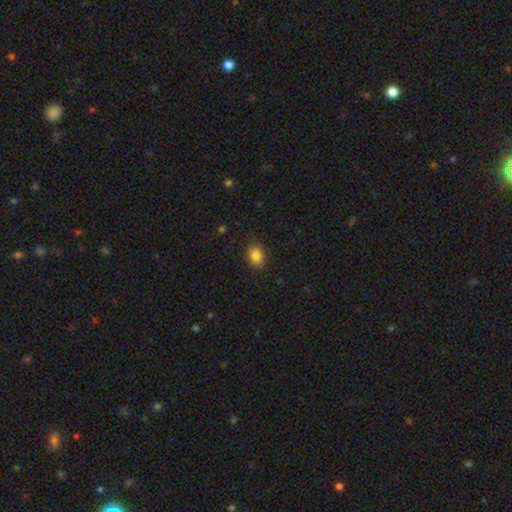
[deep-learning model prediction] Smooth or featured? smooth (85%)
How rounded? in between (68%)
Merging? none (87%)